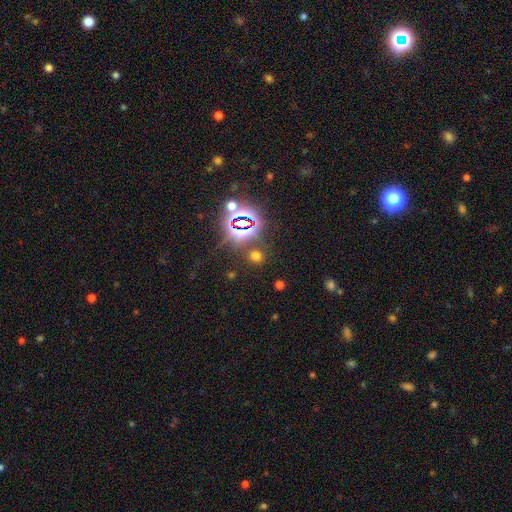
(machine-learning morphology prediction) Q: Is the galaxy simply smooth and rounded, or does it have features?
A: smooth — 53%.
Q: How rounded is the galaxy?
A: round — 80%.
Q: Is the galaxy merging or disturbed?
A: none — 84%.